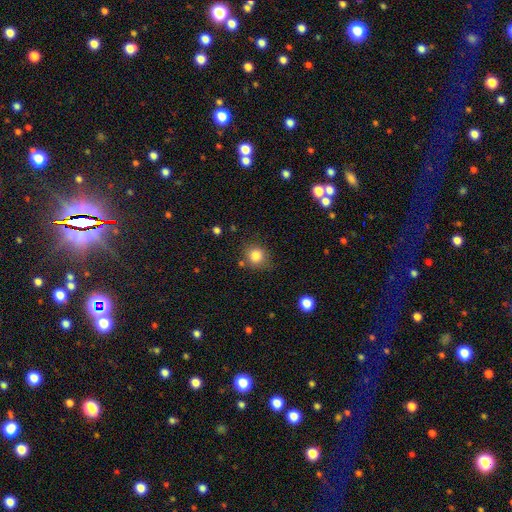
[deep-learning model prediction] This is clearly a smooth galaxy (83%). How rounded: clearly round (82%). Merging: likely none (77%).